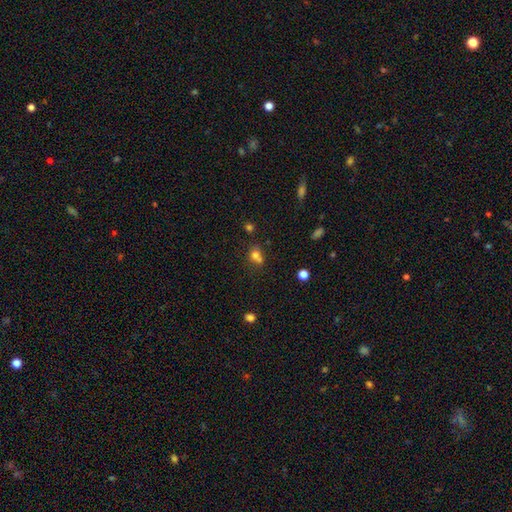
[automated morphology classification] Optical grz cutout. It shows a smooth galaxy with no disk features (72%) that is round (67%). Merging: merger (47%).